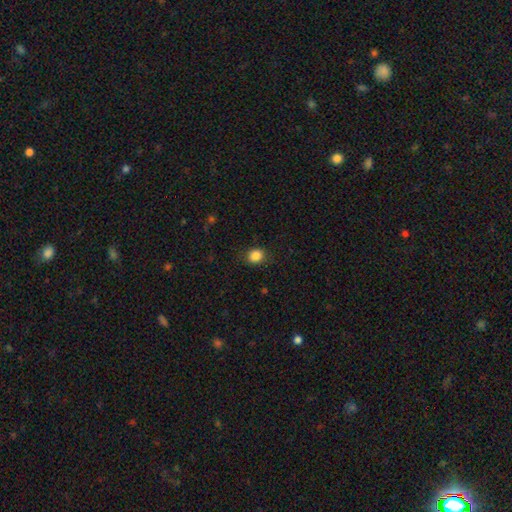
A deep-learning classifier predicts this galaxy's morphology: Smooth or featured?
  - smooth: 86% *
  - star or artifact: 10%
  - featured or disk: 4%
How rounded?
  - round: 69% *
  - in between: 30%
  - cigar-shaped: 1%
Merging?
  - none: 86% *
  - minor disturbance: 10%
  - major disturbance: 3%
  - merger: 1%